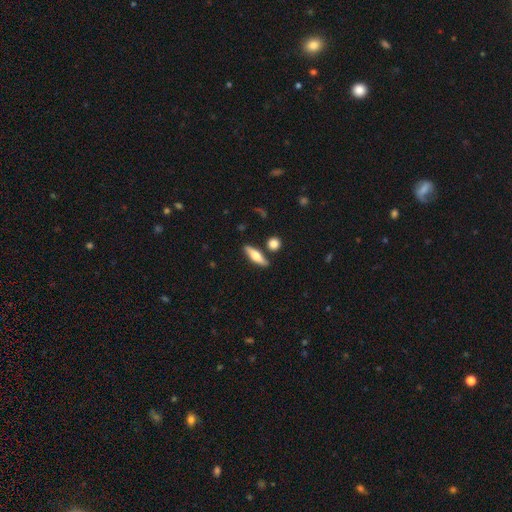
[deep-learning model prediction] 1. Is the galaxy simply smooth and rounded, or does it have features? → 52% smooth, 42% featured or disk, 6% star or artifact.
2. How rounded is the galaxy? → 62% cigar-shaped, 34% in between, 3% round.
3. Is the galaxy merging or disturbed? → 82% none, 10% minor disturbance, 6% merger, 2% major disturbance.